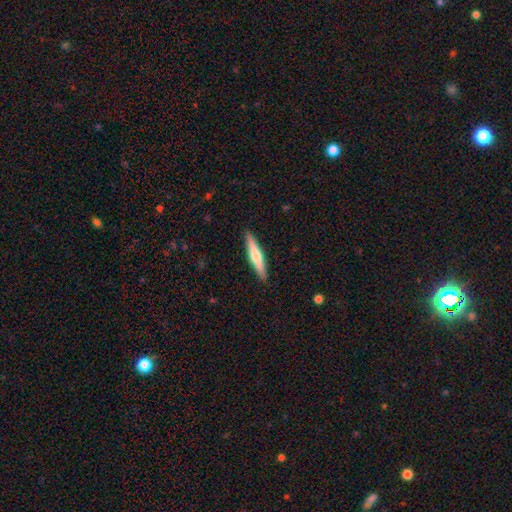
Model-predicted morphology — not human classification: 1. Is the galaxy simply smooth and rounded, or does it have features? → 51% smooth, 44% featured or disk, 5% star or artifact.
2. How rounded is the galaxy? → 89% cigar-shaped, 9% in between, 1% round.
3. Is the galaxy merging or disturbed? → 91% none, 7% minor disturbance, 1% major disturbance, 1% merger.